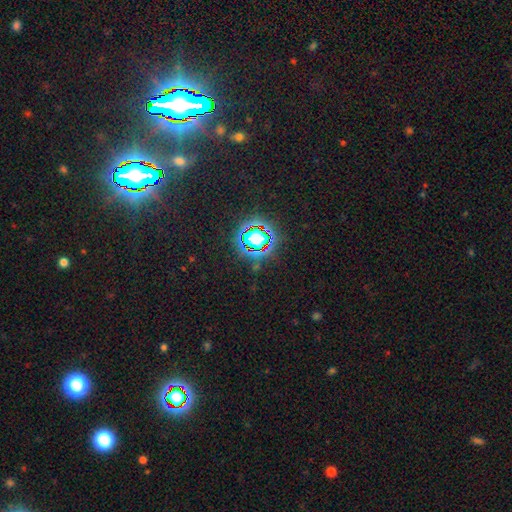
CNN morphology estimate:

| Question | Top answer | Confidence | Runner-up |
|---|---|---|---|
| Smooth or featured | star or artifact | 82% | smooth (10%) |